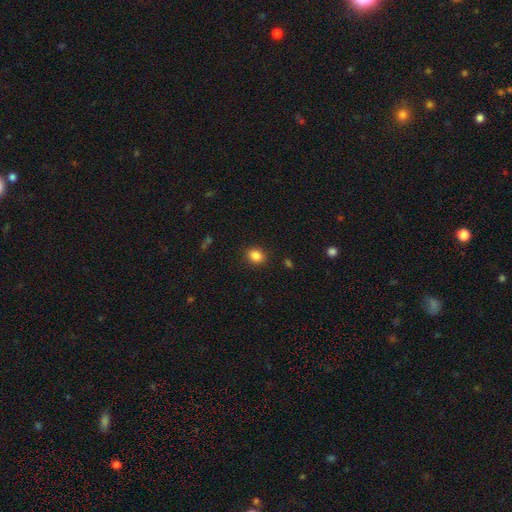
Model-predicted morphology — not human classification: Q: Smooth or featured?
A: smooth (86%); runner-up: star or artifact (10%)
Q: How rounded?
A: in between (50%); runner-up: round (49%)
Q: Merging?
A: none (87%); runner-up: minor disturbance (9%)